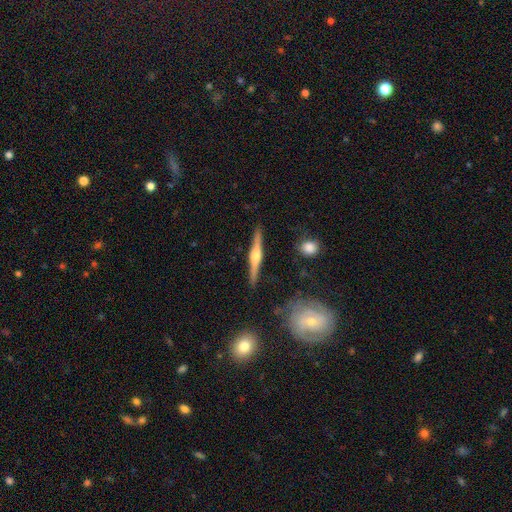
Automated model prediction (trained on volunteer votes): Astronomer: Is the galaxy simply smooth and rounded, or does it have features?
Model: featured or disk — 77%.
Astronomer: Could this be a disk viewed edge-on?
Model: yes — 98%.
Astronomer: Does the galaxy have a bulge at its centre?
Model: rounded — 91%.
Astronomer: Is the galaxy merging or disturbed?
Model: none — 89%.